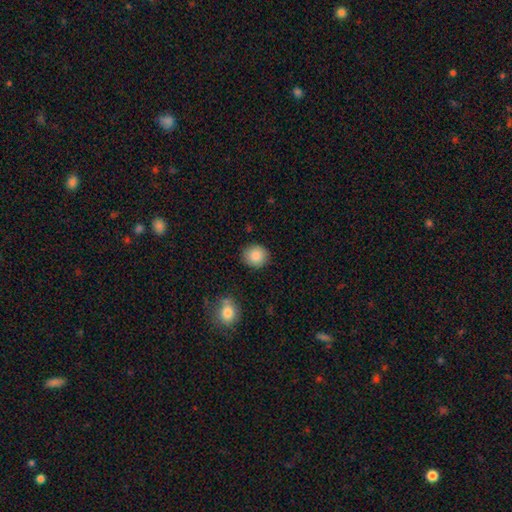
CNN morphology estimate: This is clearly a smooth galaxy (88%). How rounded: clearly round (85%). Merging: clearly none (88%).